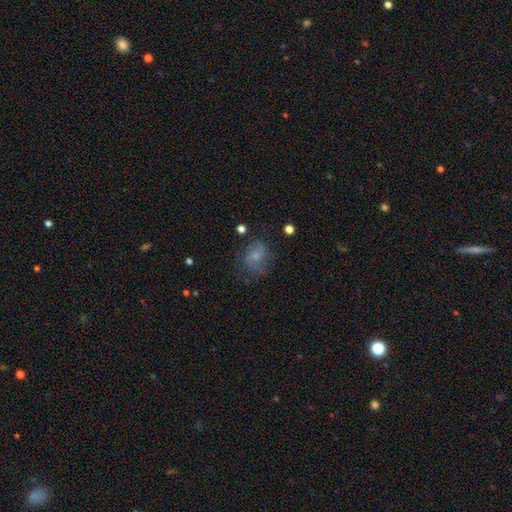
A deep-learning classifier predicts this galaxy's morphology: Q: Smooth or featured?
A: smooth (45%); runner-up: featured or disk (43%)
Q: Merging?
A: none (56%); runner-up: minor disturbance (24%)